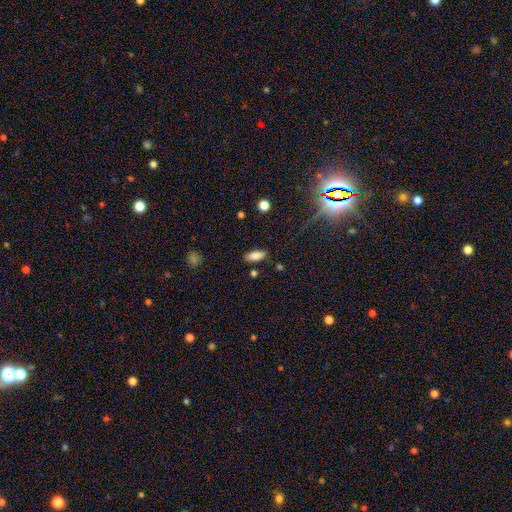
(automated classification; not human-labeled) A smooth galaxy with no disk features (82%) that is in between round and cigar-shaped (83%).

Vote fractions:
- Smooth or featured? smooth: 82% / featured or disk: 10% / star or artifact: 8%
- How rounded? in between: 83% / cigar-shaped: 15% / round: 2%
- Merging? none: 85% / minor disturbance: 10% / merger: 3% / major disturbance: 2%